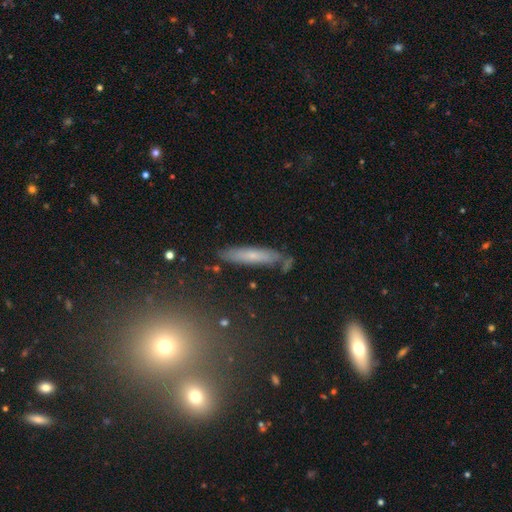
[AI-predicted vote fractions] The model was most divided on "smooth or featured": smooth: 44%, featured or disk: 41%, star or artifact: 15%. More confident: merging — none (83%).